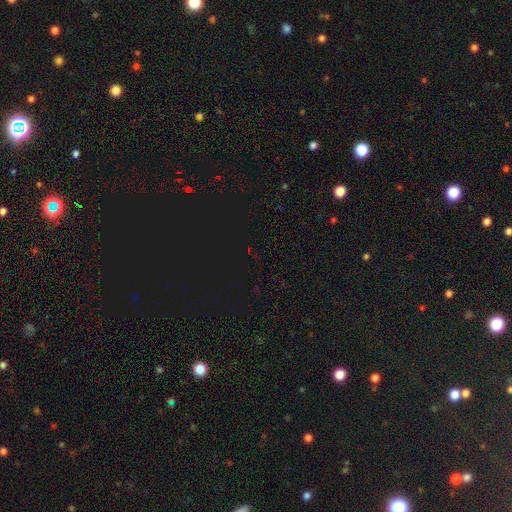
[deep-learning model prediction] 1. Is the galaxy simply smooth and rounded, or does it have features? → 79% star or artifact, 15% smooth, 6% featured or disk.